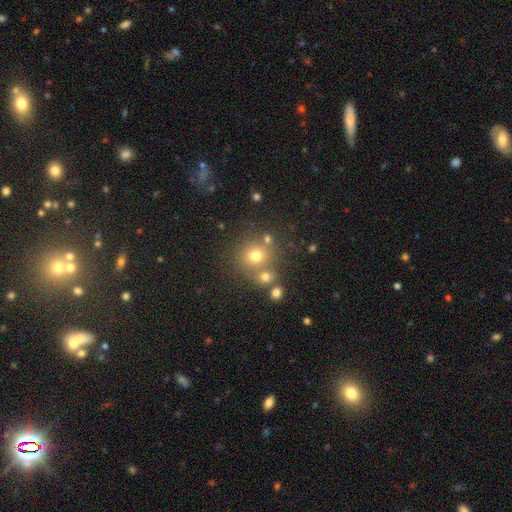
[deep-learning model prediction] Smooth or featured: smooth — 71% (star or artifact — 17%)
How rounded: round — 87% (in between — 12%)
Merging: none — 63% (merger — 22%)